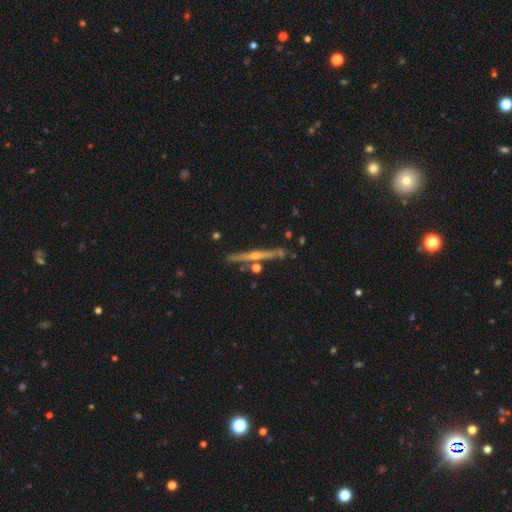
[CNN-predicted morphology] type=featured or disk (75%); edge-on=yes (97%); edge-on bulge=rounded (80%); merging=none (83%).